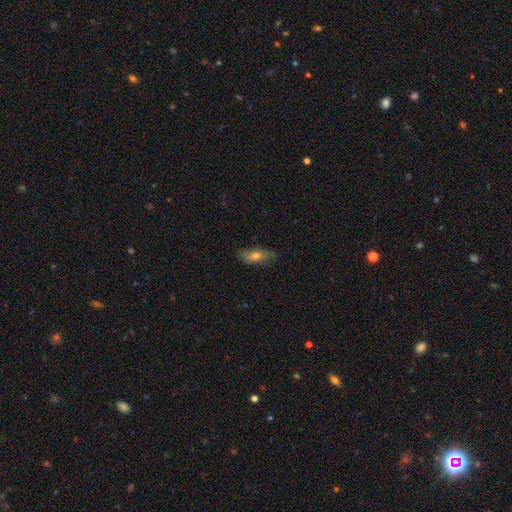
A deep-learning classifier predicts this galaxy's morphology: A smooth galaxy with no disk features (62%) that is in between round and cigar-shaped (65%).

Vote fractions:
- Smooth or featured? smooth: 62% / featured or disk: 30% / star or artifact: 9%
- How rounded? in between: 65% / cigar-shaped: 31% / round: 4%
- Merging? none: 75% / minor disturbance: 19% / major disturbance: 4% / merger: 1%